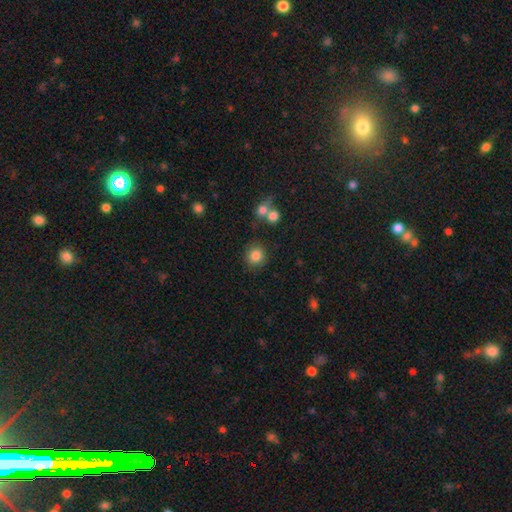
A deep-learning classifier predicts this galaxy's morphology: smooth 84%, star or artifact 10%, featured or disk 6%. Down the decision tree: how rounded — round (85%); merging — none (82%).